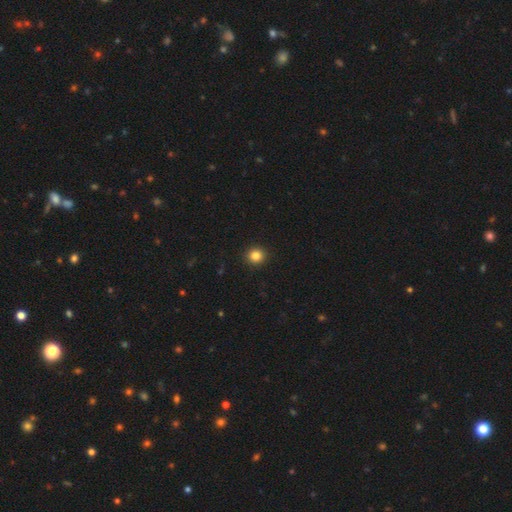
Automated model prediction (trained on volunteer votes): Q: Smooth or featured?
A: smooth (84%); runner-up: star or artifact (12%)
Q: How rounded?
A: round (90%); runner-up: in between (9%)
Q: Merging?
A: none (92%); runner-up: minor disturbance (5%)